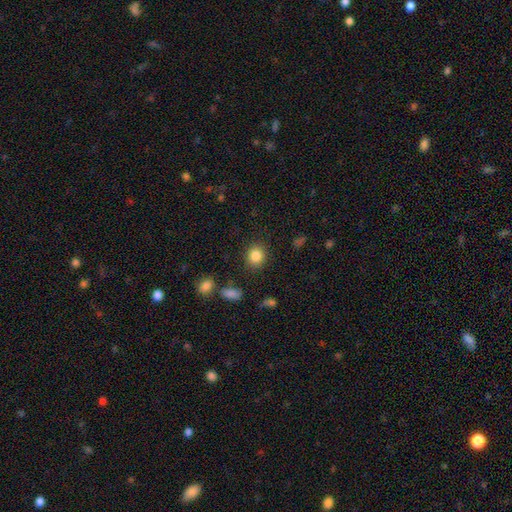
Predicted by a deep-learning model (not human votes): Q: Smooth or featured?
A: smooth (85%); runner-up: star or artifact (10%)
Q: How rounded?
A: round (77%); runner-up: in between (22%)
Q: Merging?
A: none (88%); runner-up: minor disturbance (8%)